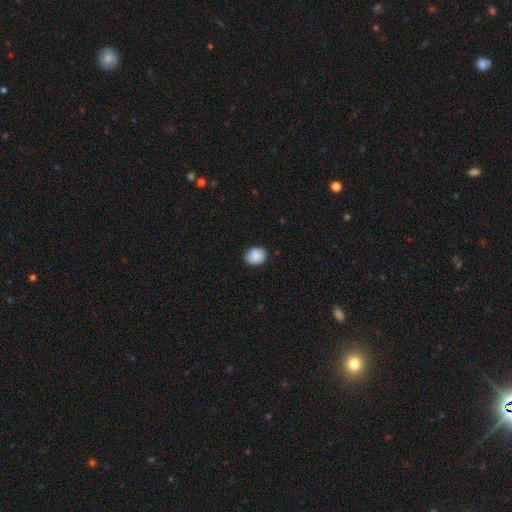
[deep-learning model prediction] This is clearly a smooth galaxy (85%). How rounded: likely round (62%). Merging: clearly none (81%).